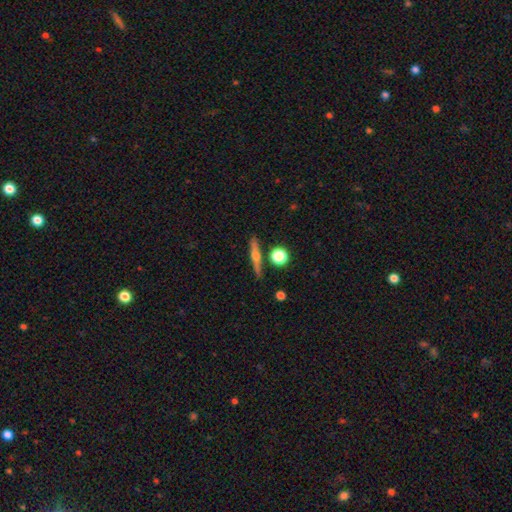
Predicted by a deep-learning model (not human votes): This is possibly a featured or disk galaxy (54%). It is clearly viewed edge-on (95%). Edge-on bulge: clearly rounded (85%). Merging: clearly none (83%).